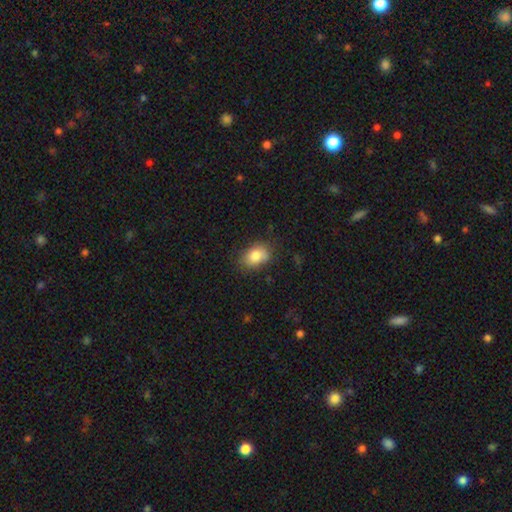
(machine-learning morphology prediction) Smooth or featured? smooth (82%)
How rounded? in between (79%)
Merging? none (73%)